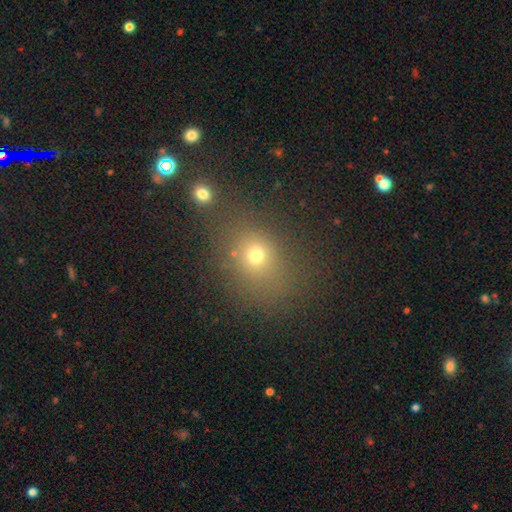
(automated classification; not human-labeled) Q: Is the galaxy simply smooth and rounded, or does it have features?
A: smooth — 68%.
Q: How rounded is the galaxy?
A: round — 53%.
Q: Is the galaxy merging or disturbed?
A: none — 71%.